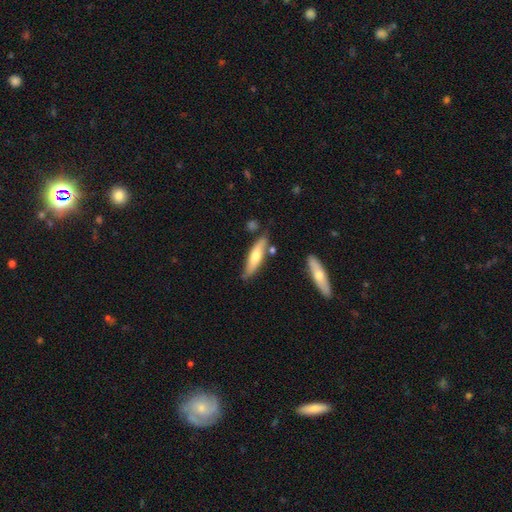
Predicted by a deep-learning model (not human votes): smooth-or-featured: smooth: 57% | featured or disk: 38% | star or artifact: 5%
  how-rounded: cigar-shaped: 72% | in between: 27% | round: 2%
  merging: none: 74% | minor disturbance: 16% | merger: 7% | major disturbance: 3%